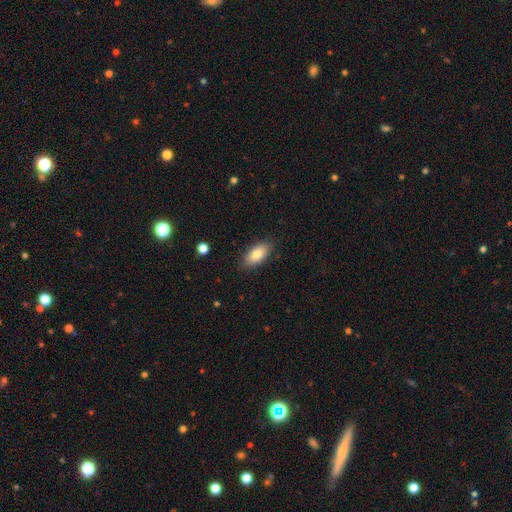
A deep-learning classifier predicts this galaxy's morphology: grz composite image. It shows a smooth galaxy with no disk features (83%) that is in between round and cigar-shaped (88%). Merging: none (86%).